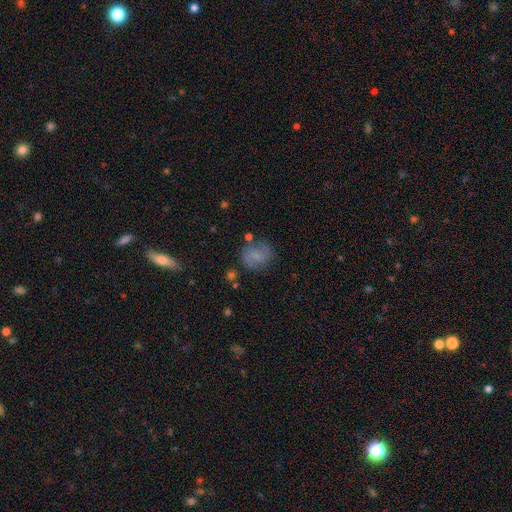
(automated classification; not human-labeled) Overall: smooth (57%; featured or disk 32%). How rounded: round (71%). Merging: none (69%).